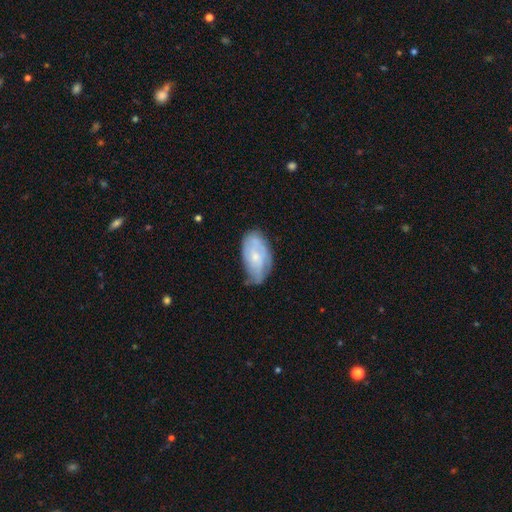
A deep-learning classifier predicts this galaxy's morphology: A featured or disk galaxy (54%) with no bar (74%), spiral arms (72%) and a small central bulge (64%).

Vote fractions:
- Smooth or featured? featured or disk: 54% / smooth: 38% / star or artifact: 7%
- Edge-on disk? no: 94% / yes: 6%
- Bar? no: 74% / weak: 22% / strong: 4%
- Spiral arms? yes: 72% / no: 28%
- Bulge size? small: 64% / moderate: 29% / none: 5% / large: 2% / dominant: 1%
- Merging? none: 53% / minor disturbance: 34% / major disturbance: 10% / merger: 2%